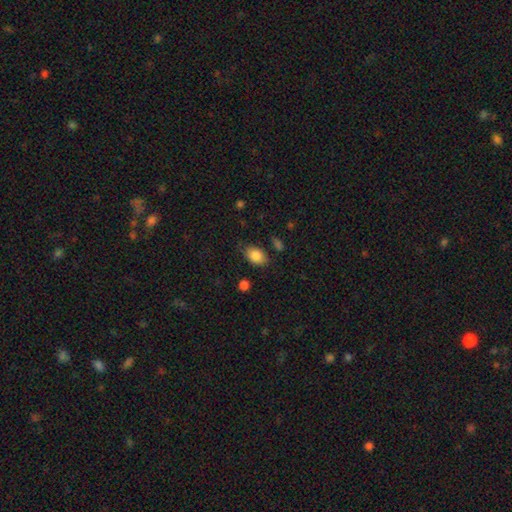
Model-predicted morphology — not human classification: This is clearly a smooth galaxy (85%). How rounded: clearly in between (85%). Merging: likely none (76%).